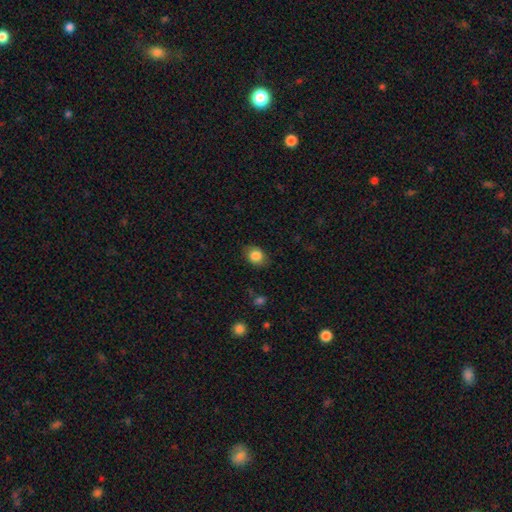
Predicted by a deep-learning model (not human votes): Smooth or featured?
  - smooth: 84% *
  - star or artifact: 9%
  - featured or disk: 7%
How rounded?
  - in between: 52% *
  - round: 47%
  - cigar-shaped: 1%
Merging?
  - none: 81% *
  - minor disturbance: 15%
  - major disturbance: 3%
  - merger: 1%